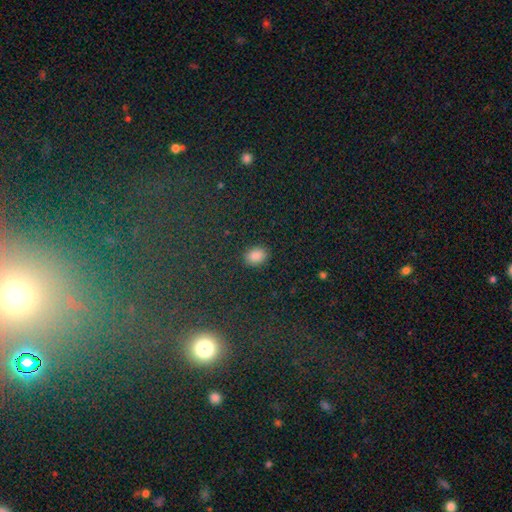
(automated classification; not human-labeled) smooth-or-featured: smooth: 84% | star or artifact: 12% | featured or disk: 4%
  how-rounded: in between: 68% | round: 31% | cigar-shaped: 1%
  merging: none: 89% | minor disturbance: 7% | major disturbance: 2% | merger: 1%